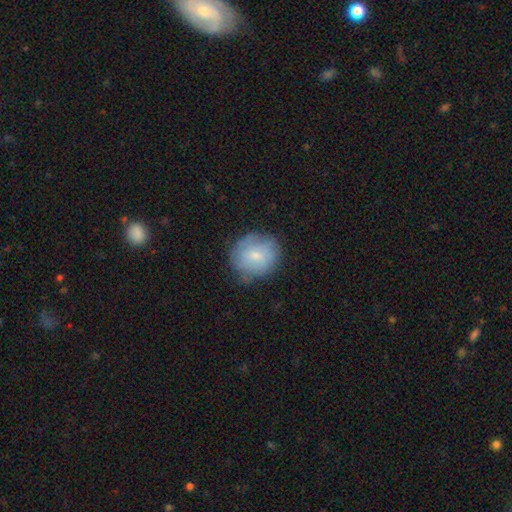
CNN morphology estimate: The model was most divided on "smooth or featured": smooth: 68%, featured or disk: 25%, star or artifact: 7%. More confident: how rounded — round (77%); merging — none (70%).